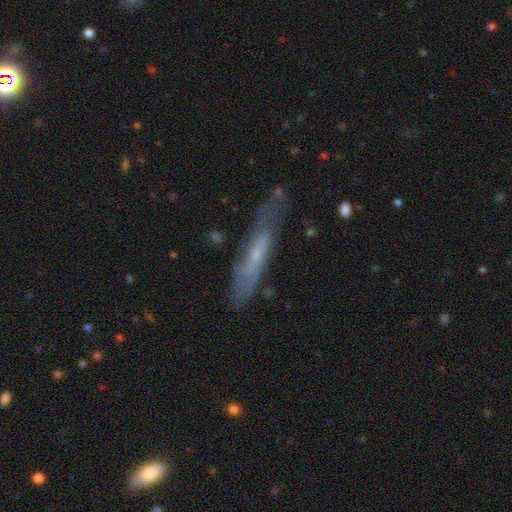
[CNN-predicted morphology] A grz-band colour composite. It shows a featured or disk galaxy (56%) viewed edge-on (62%). Merging: none (71%).